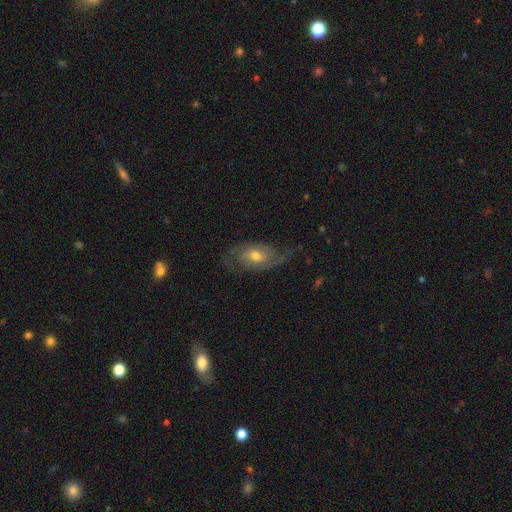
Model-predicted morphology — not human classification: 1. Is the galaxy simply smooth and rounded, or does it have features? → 82% featured or disk, 11% smooth, 7% star or artifact.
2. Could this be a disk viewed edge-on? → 95% no, 5% yes.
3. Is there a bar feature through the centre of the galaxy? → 67% no, 28% weak, 6% strong.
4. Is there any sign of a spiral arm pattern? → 95% yes, 5% no.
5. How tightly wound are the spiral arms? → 46% medium, 29% tight, 26% loose.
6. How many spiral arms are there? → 83% 2, 8% can't tell, 4% 3, 2% 1, 2% 4, 2% more than 4.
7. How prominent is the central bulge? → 67% moderate, 26% small, 5% large, 1% none, 1% dominant.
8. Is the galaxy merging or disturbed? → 73% none, 17% minor disturbance, 9% major disturbance, 1% merger.